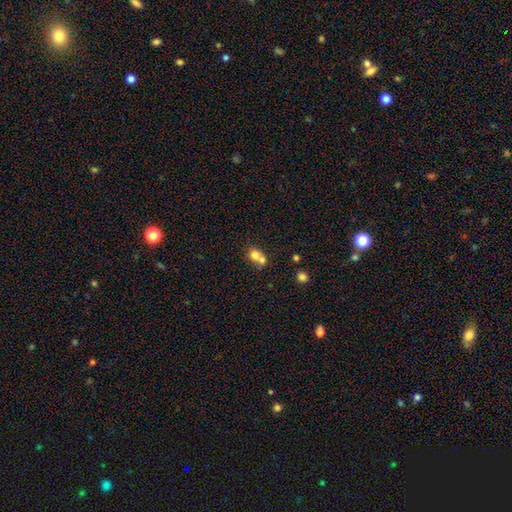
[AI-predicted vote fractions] Smooth or featured? Predicted: smooth (p=0.71). How rounded? Predicted: round (p=0.66). Merging? Predicted: merger (p=0.63).